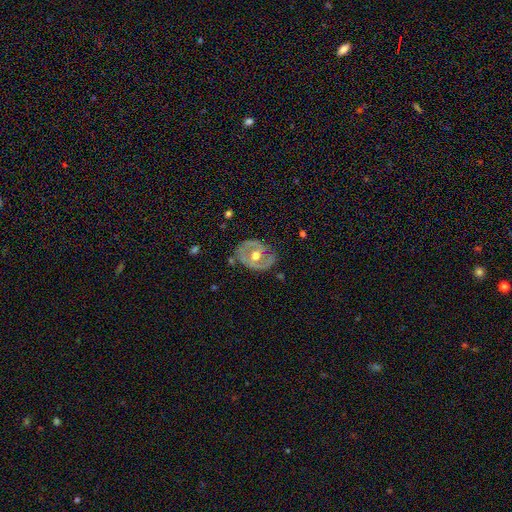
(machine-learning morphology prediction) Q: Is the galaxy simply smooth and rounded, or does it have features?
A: featured or disk — 67%.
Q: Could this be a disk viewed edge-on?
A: no — 94%.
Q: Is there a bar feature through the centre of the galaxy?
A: no — 76%.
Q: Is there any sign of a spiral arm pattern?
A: no — 65%.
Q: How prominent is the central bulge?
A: moderate — 73%.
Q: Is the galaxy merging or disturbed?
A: none — 68%.